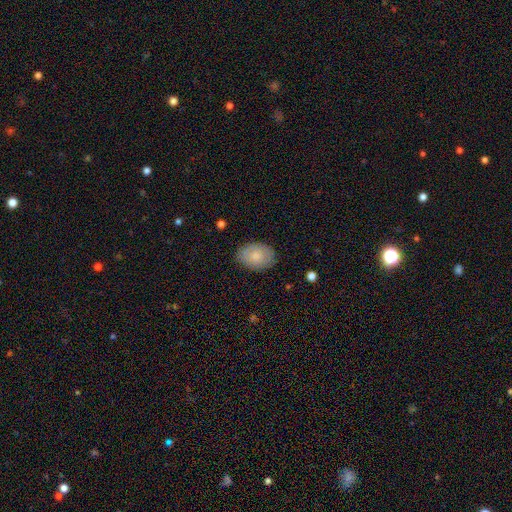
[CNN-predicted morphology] smooth_or_featured: smooth (p=0.81) [alt: featured or disk p=0.13]
how_rounded: in between (p=0.83) [alt: round p=0.16]
merging: none (p=0.84) [alt: minor disturbance p=0.12]